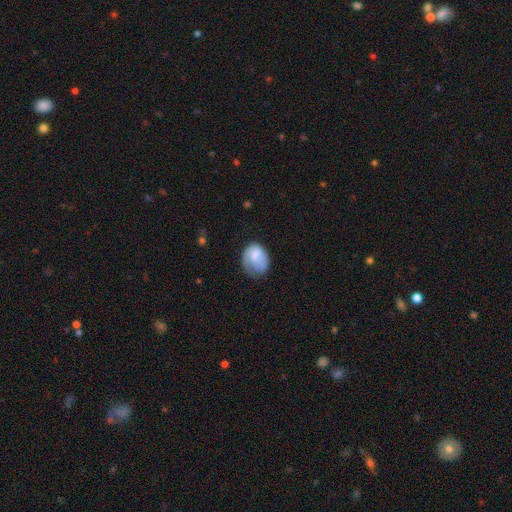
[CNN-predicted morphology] Smooth or featured?
  - smooth: 67% *
  - featured or disk: 27%
  - star or artifact: 7%
How rounded?
  - in between: 58% *
  - round: 41%
  - cigar-shaped: 1%
Merging?
  - none: 36% *
  - minor disturbance: 34%
  - major disturbance: 28%
  - merger: 2%